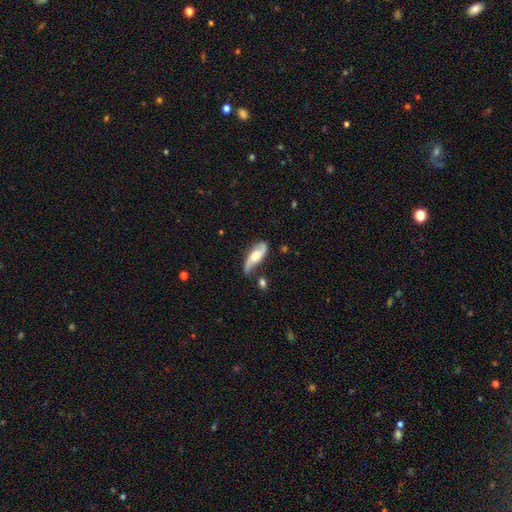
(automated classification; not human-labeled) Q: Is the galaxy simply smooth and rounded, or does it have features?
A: featured or disk — 73%.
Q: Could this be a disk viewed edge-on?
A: no — 88%.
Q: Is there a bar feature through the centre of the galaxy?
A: no — 54%.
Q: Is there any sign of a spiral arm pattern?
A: yes — 94%.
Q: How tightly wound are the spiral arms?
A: loose — 52%.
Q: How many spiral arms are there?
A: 2 — 89%.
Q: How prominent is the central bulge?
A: moderate — 38%.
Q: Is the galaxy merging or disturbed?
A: none — 64%.